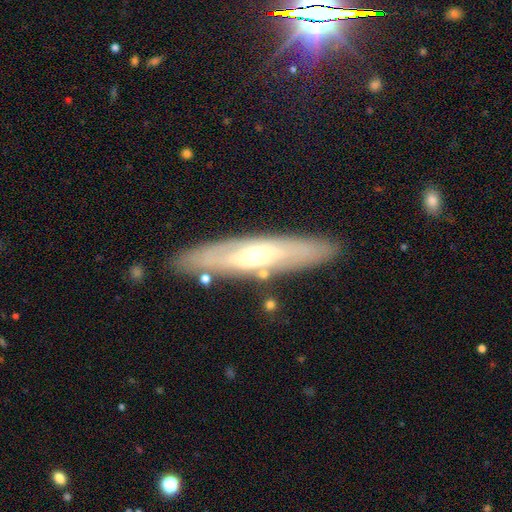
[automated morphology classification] Smooth or featured: featured or disk — 66% (smooth — 28%)
Edge-on disk: yes — 57% (no — 43%)
Merging: none — 85% (minor disturbance — 10%)